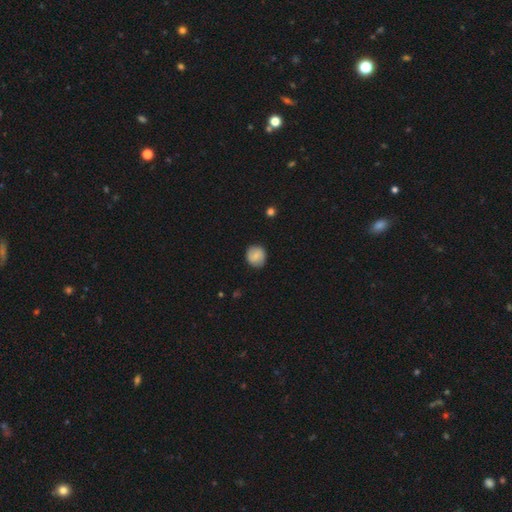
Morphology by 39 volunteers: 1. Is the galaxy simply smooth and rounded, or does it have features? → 67% smooth, 31% featured or disk, 3% star or artifact.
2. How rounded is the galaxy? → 92% round, 8% in between, 0% cigar-shaped.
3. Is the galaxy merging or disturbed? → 87% none, 8% minor disturbance, 3% major disturbance, 3% merger.